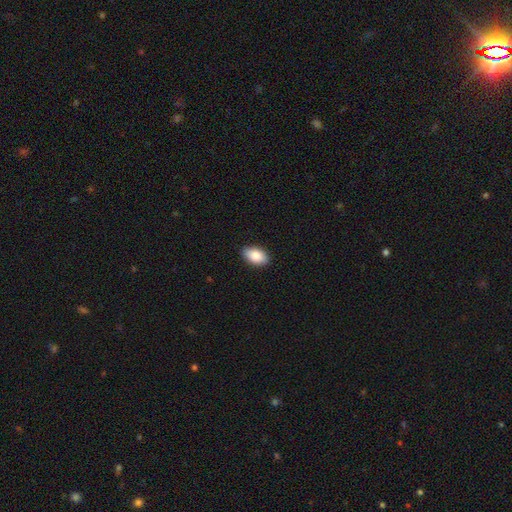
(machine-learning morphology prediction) Smooth or featured: smooth — 87% (featured or disk — 6%)
How rounded: in between — 93% (round — 5%)
Merging: none — 88% (minor disturbance — 10%)